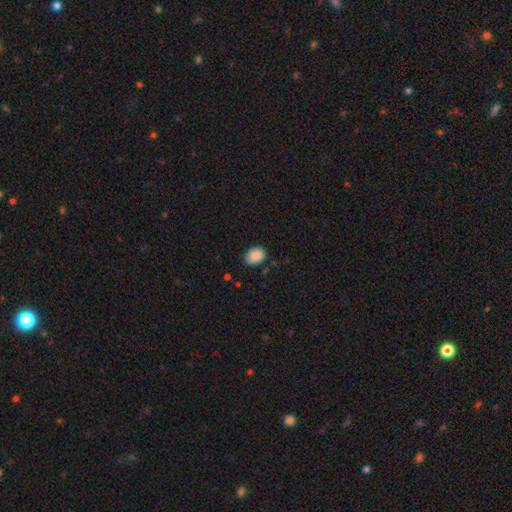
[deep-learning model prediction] Q: Smooth or featured?
A: smooth (88%); runner-up: star or artifact (8%)
Q: How rounded?
A: in between (67%); runner-up: round (32%)
Q: Merging?
A: none (74%); runner-up: minor disturbance (21%)